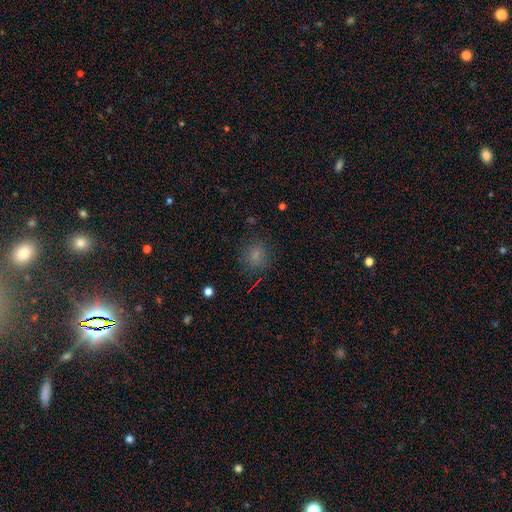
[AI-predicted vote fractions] smooth 74%, star or artifact 17%, featured or disk 9%. Down the decision tree: how rounded — round (73%); merging — none (78%).